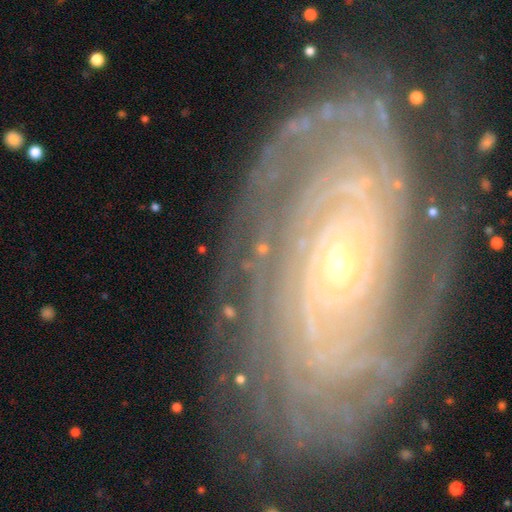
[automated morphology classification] smooth-or-featured: featured or disk: 88% | star or artifact: 7% | smooth: 5%
  disk-edge-on: no: 95% | yes: 5%
    bar: no: 66% | weak: 21% | strong: 13%
    has-spiral-arms: yes: 97% | no: 3%
      spiral-winding: tight: 85% | medium: 12% | loose: 3%
      spiral-arm-count: can't tell: 27% | more than 4: 23% | 2: 15% | 4: 15% | 3: 12% | 1: 8%
    bulge-size: small: 78% | moderate: 18% | large: 2% | none: 1% | dominant: 1%
  merging: none: 77% | minor disturbance: 14% | major disturbance: 6% | merger: 2%